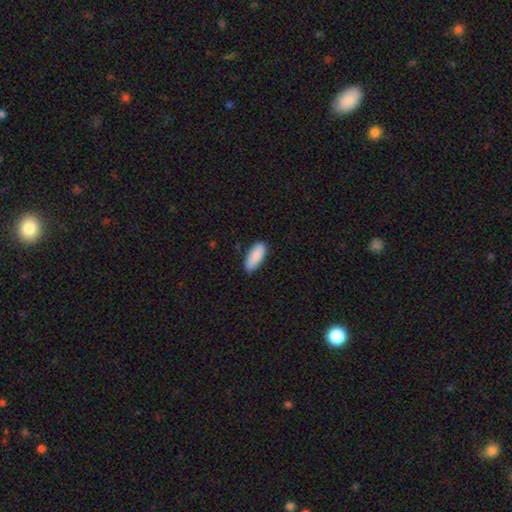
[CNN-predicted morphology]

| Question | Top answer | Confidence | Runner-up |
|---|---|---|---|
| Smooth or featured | smooth | 88% | featured or disk (6%) |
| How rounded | in between | 76% | cigar-shaped (23%) |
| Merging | none | 85% | minor disturbance (12%) |